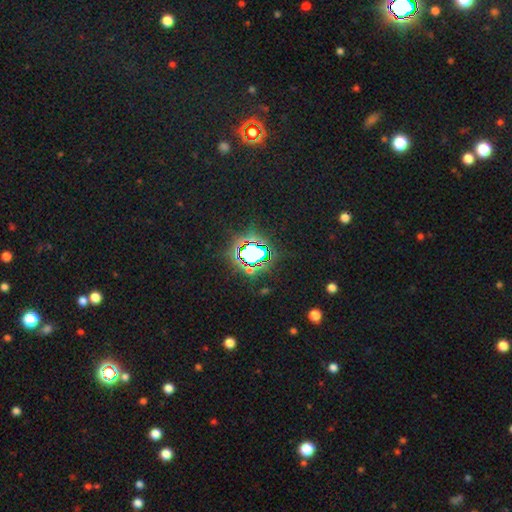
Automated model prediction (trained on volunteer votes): This is likely a star or artifact rather than a galaxy (70%).